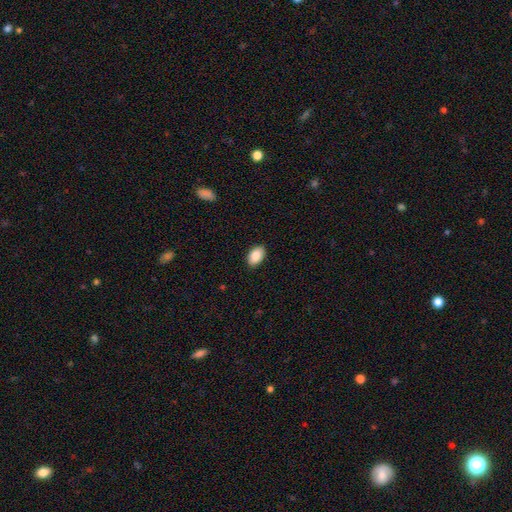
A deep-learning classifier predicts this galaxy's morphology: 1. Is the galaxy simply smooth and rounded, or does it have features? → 89% smooth, 7% star or artifact, 5% featured or disk.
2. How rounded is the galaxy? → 91% in between, 7% round, 1% cigar-shaped.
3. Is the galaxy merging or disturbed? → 89% none, 9% minor disturbance, 2% major disturbance, 1% merger.